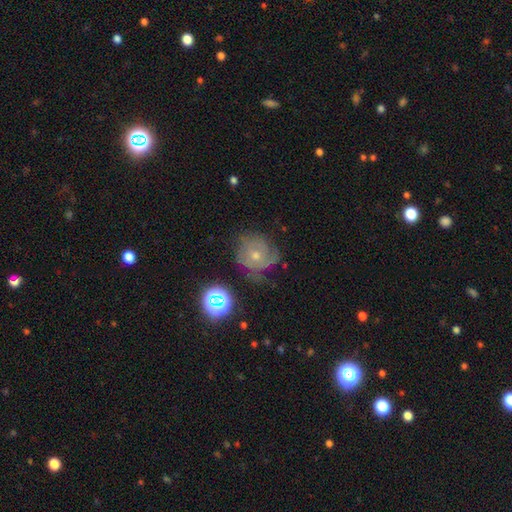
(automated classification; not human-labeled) Morphology: type=featured or disk (64%); edge-on=no (97%); bar=no (81%); spiral arms=yes (85%); winding=tight (62%); arm count=can't tell (39%); bulge=moderate (53%); merging=none (57%).